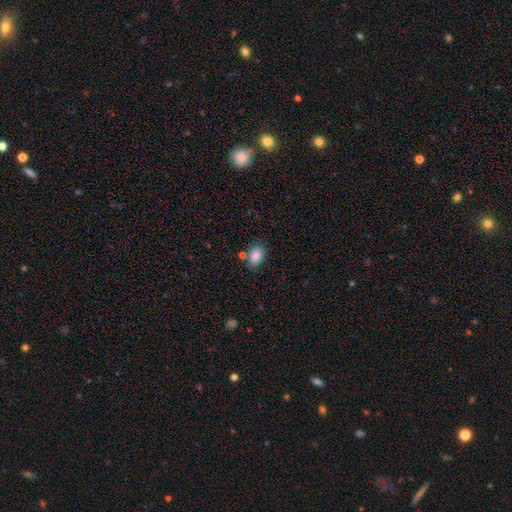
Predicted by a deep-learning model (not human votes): smooth-or-featured: smooth: 86% | star or artifact: 8% | featured or disk: 6%
  how-rounded: in between: 85% | round: 13% | cigar-shaped: 1%
  merging: none: 75% | minor disturbance: 13% | merger: 8% | major disturbance: 4%